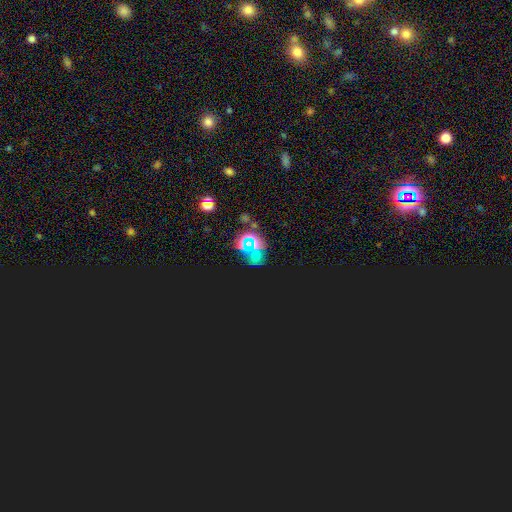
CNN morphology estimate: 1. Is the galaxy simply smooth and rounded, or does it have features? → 68% star or artifact, 21% smooth, 11% featured or disk.